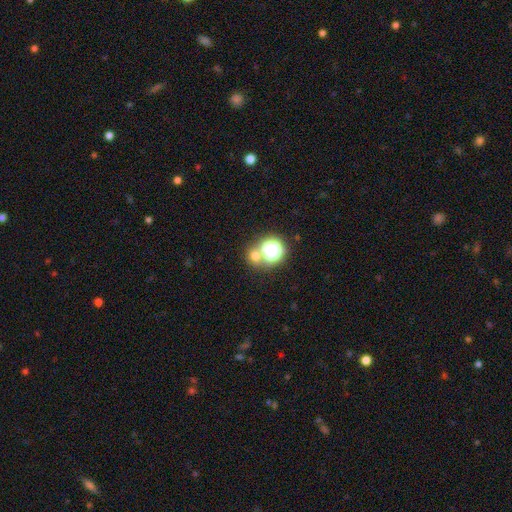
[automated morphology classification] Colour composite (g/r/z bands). It shows a smooth galaxy with no disk features (61%) that is round (85%). Merging: none (62%).